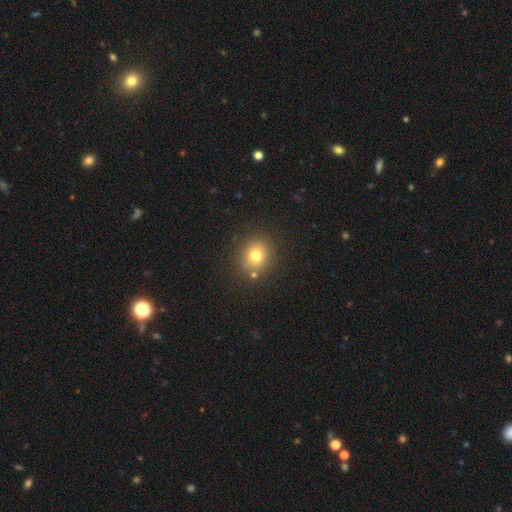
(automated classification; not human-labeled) The model was most divided on "smooth or featured": smooth: 74%, star or artifact: 16%, featured or disk: 10%. More confident: merging — none (82%); how rounded — round (80%).